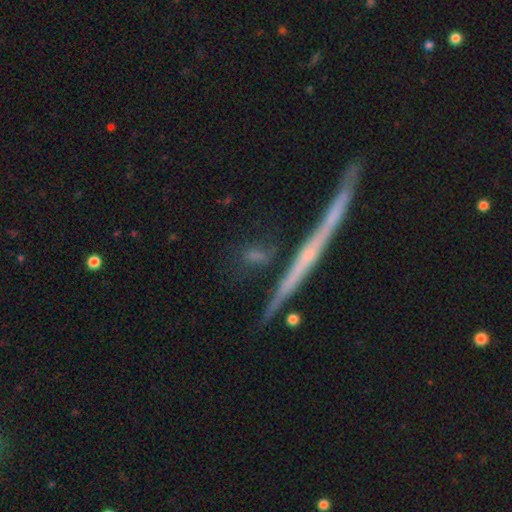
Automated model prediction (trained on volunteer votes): Smooth or featured: smooth — 45% (featured or disk — 36%)
Merging: none — 73% (minor disturbance — 15%)